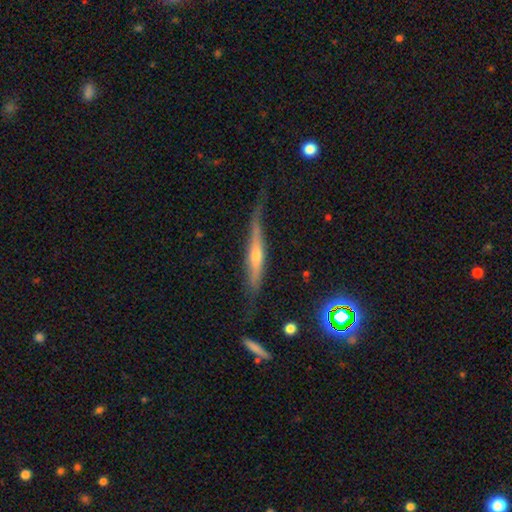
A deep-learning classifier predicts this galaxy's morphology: This appears to be a featured or disk galaxy (70%) viewed edge-on (92%) with a rounded central bulge (76%). Merging: none (61%).